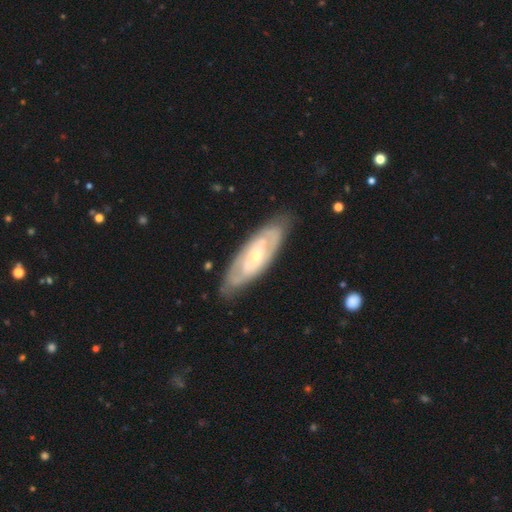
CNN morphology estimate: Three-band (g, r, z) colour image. It shows a featured or disk galaxy (73%) with no bar (62%), spiral arms (72%) and a small central bulge (62%). Merging: none (81%).